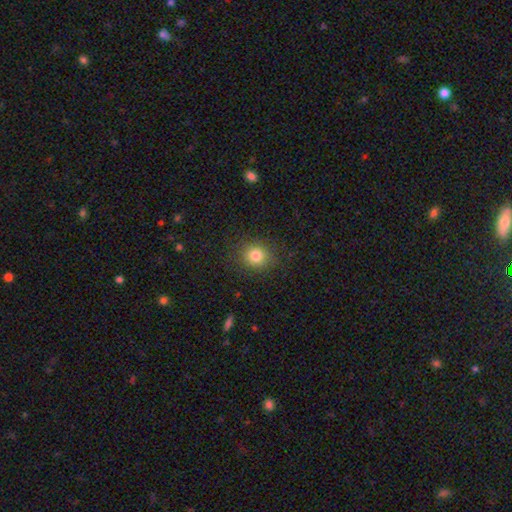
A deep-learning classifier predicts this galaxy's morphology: Smooth or featured? Predicted: smooth (p=0.82). How rounded? Predicted: round (p=0.81). Merging? Predicted: none (p=0.87).